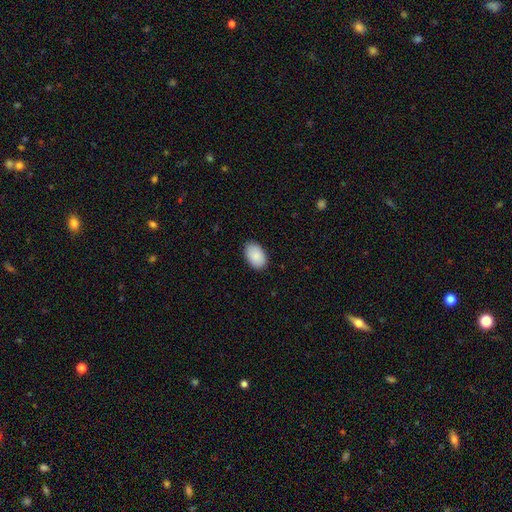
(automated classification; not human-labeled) Smooth or featured? smooth (89%)
How rounded? in between (93%)
Merging? none (88%)